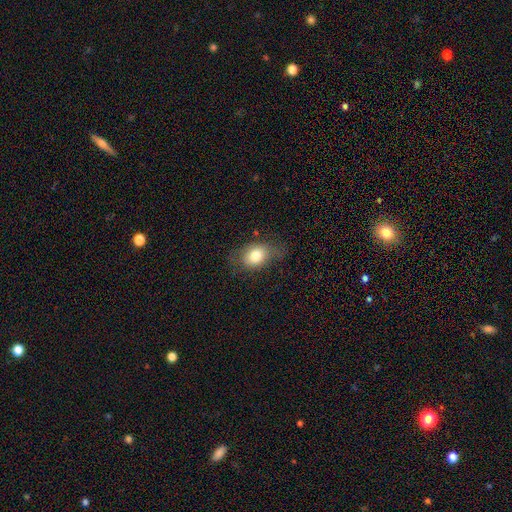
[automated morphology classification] A smooth galaxy with no disk features (77%) that is in between round and cigar-shaped (72%).

Vote fractions:
- Smooth or featured? smooth: 77% / featured or disk: 14% / star or artifact: 9%
- How rounded? in between: 72% / round: 26% / cigar-shaped: 1%
- Merging? none: 61% / minor disturbance: 26% / major disturbance: 11% / merger: 2%